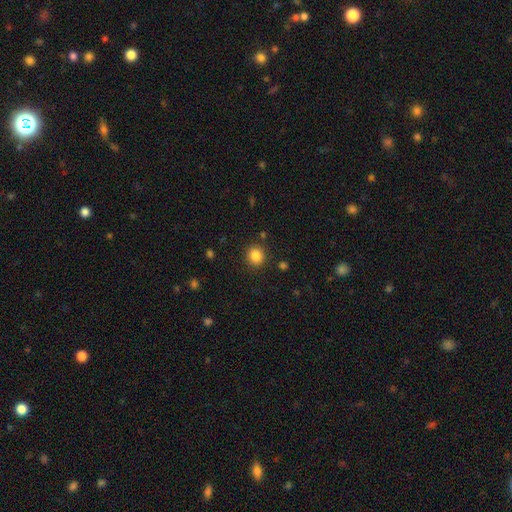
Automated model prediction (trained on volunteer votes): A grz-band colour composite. It shows a smooth galaxy with no disk features (84%) that is round (85%). Merging: none (88%).